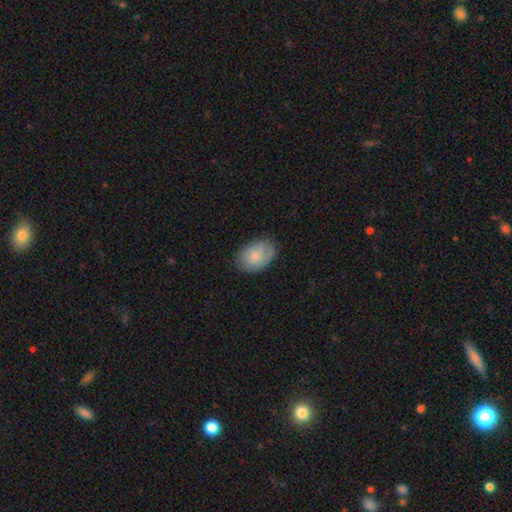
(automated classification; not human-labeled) smooth_or_featured: smooth (p=0.77) [alt: featured or disk p=0.16]
how_rounded: in between (p=0.83) [alt: round p=0.16]
merging: none (p=0.79) [alt: minor disturbance p=0.16]